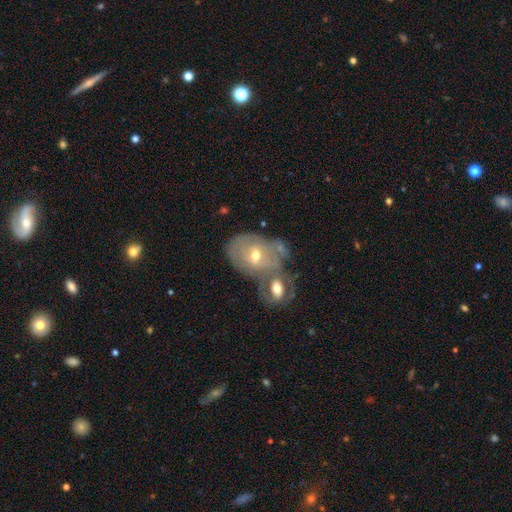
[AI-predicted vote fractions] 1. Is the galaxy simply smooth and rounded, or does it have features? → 61% featured or disk, 28% smooth, 11% star or artifact.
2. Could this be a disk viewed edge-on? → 93% no, 7% yes.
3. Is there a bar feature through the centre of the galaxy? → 67% no, 25% weak, 7% strong.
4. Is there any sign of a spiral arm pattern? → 59% yes, 41% no.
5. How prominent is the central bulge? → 53% moderate, 43% small, 2% large, 1% none, 1% dominant.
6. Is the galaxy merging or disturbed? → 49% merger, 32% none, 13% minor disturbance, 6% major disturbance.